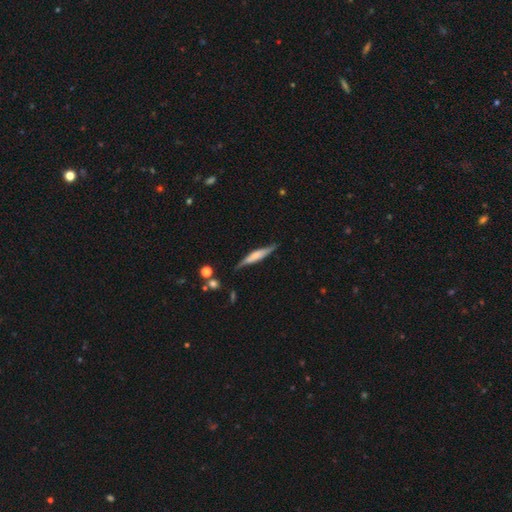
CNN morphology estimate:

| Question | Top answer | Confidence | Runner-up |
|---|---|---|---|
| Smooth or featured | featured or disk | 53% | smooth (41%) |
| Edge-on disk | yes | 93% | no (7%) |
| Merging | none | 79% | minor disturbance (16%) |